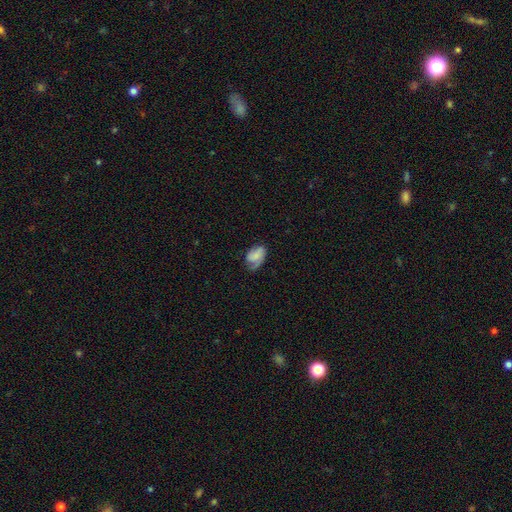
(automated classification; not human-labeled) Smooth or featured: smooth — 53% (featured or disk — 39%)
How rounded: in between — 87% (round — 11%)
Merging: none — 46% (minor disturbance — 32%)